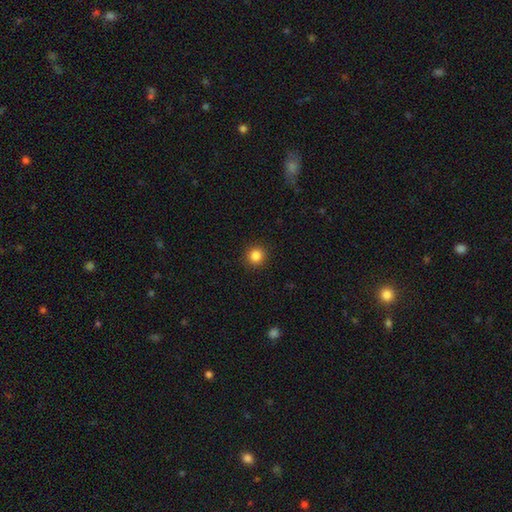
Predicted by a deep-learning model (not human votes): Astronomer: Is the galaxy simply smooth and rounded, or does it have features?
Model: smooth — 85%.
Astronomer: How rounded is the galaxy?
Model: round — 94%.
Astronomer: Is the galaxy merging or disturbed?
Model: none — 93%.